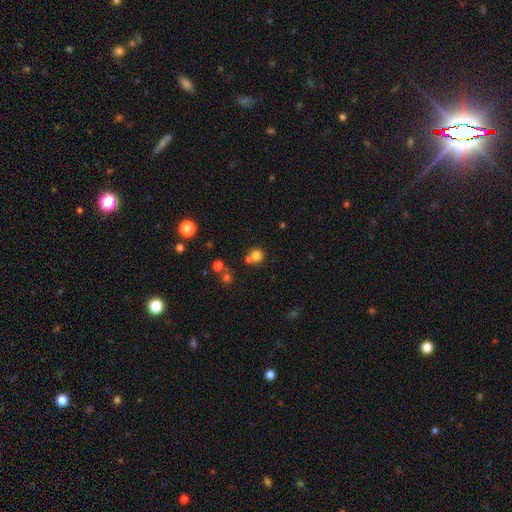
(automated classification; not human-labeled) smooth 77%, star or artifact 15%, featured or disk 8%. Down the decision tree: how rounded — round (90%); merging — none (60%).